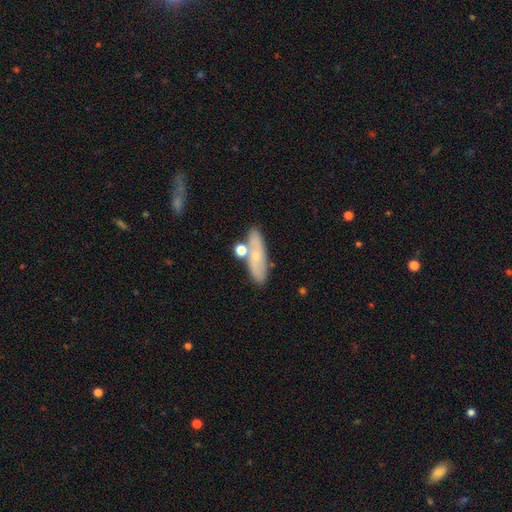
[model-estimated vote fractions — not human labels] This appears to be a smooth galaxy with no disk features (53%) that is in between round and cigar-shaped (48%). Merging: none (66%).